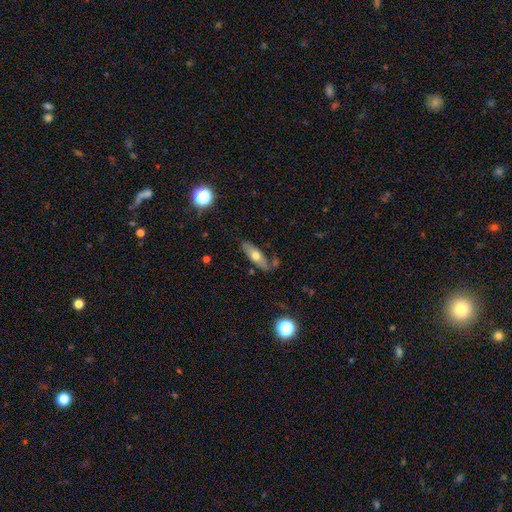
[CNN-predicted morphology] A smooth galaxy with no disk features (57%) that is in between round and cigar-shaped (55%).

Vote fractions:
- Smooth or featured? smooth: 57% / featured or disk: 35% / star or artifact: 7%
- How rounded? in between: 55% / cigar-shaped: 42% / round: 3%
- Merging? none: 70% / minor disturbance: 18% / merger: 6% / major disturbance: 5%